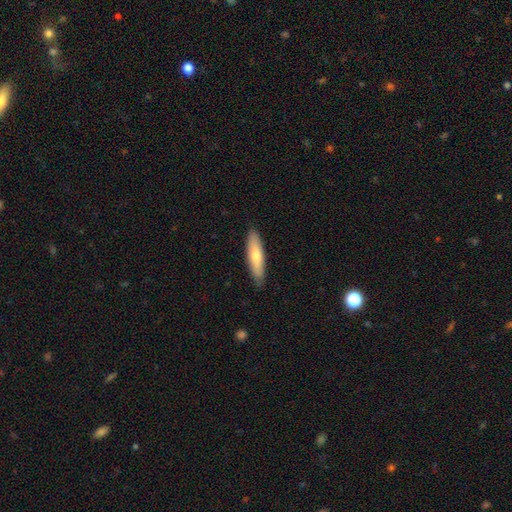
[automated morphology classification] The model was most divided on "how rounded": cigar-shaped: 68%, in between: 30%, round: 2%. More confident: merging — none (87%); smooth or featured — smooth (66%).